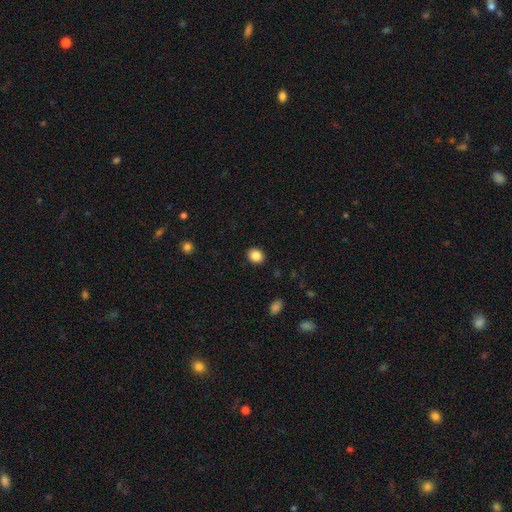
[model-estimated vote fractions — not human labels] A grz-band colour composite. It shows a smooth galaxy with no disk features (86%) that is round (62%). Merging: none (91%).